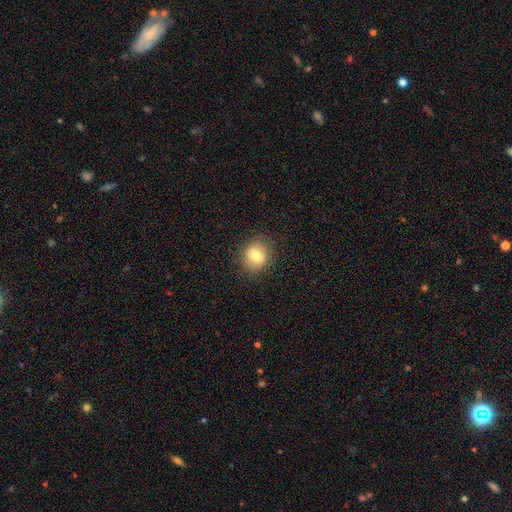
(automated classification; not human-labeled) A smooth galaxy with no disk features (78%) that is round (77%).

Vote fractions:
- Smooth or featured? smooth: 78% / featured or disk: 12% / star or artifact: 11%
- How rounded? round: 77% / in between: 22% / cigar-shaped: 1%
- Merging? none: 87% / minor disturbance: 10% / major disturbance: 3% / merger: 1%